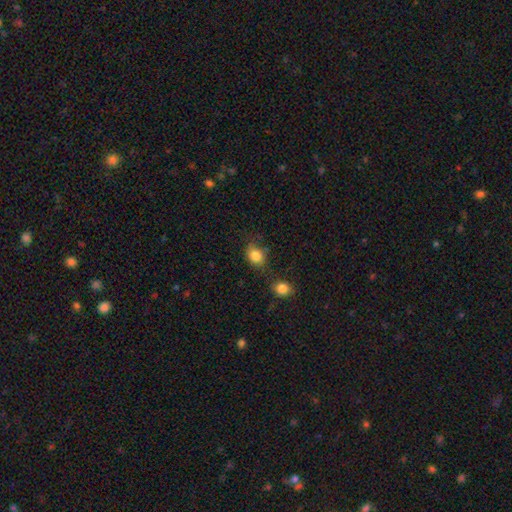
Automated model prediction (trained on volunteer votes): Q: Smooth or featured?
A: smooth (83%); runner-up: star or artifact (10%)
Q: How rounded?
A: round (52%); runner-up: in between (47%)
Q: Merging?
A: none (61%); runner-up: minor disturbance (22%)